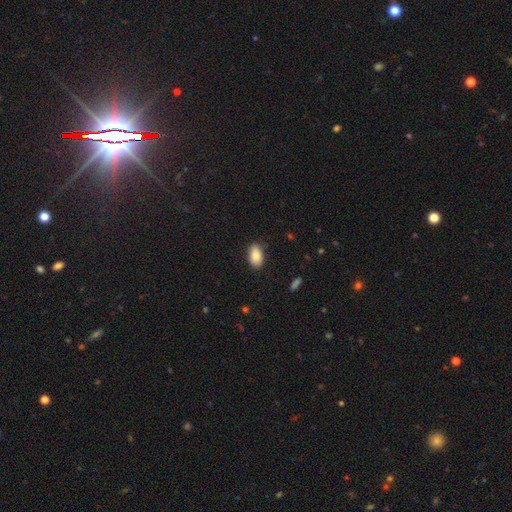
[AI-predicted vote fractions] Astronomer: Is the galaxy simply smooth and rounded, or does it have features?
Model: smooth — 85%.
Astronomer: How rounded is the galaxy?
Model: in between — 93%.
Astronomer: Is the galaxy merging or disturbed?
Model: none — 86%.